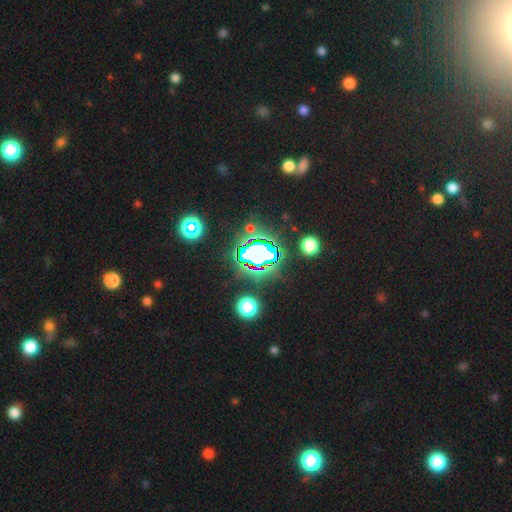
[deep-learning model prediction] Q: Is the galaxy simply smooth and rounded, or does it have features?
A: star or artifact — 61%.